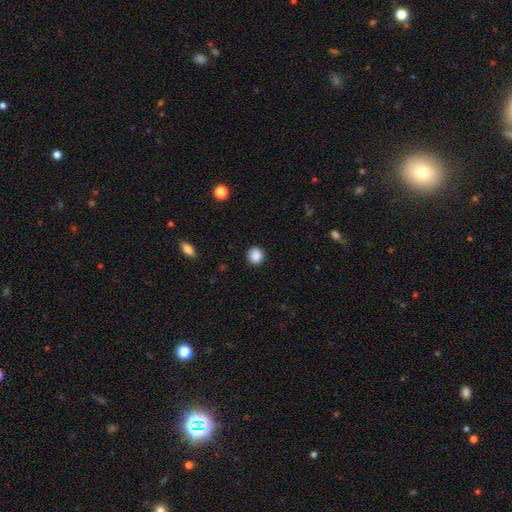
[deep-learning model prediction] A smooth galaxy with no disk features (88%) that is round (90%). Merging: none (91%).